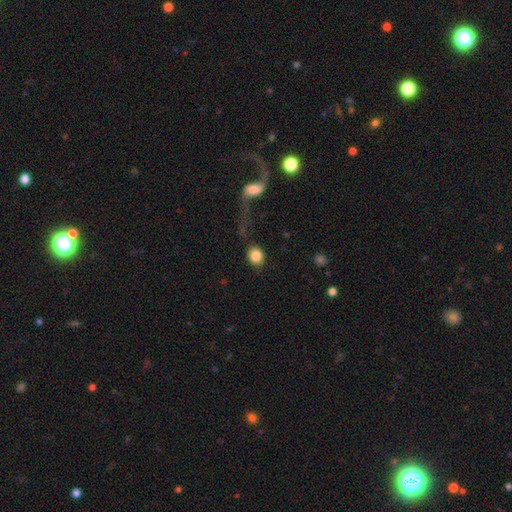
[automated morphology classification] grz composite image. It shows a smooth galaxy with no disk features (85%) that is round (71%). Merging: none (65%).